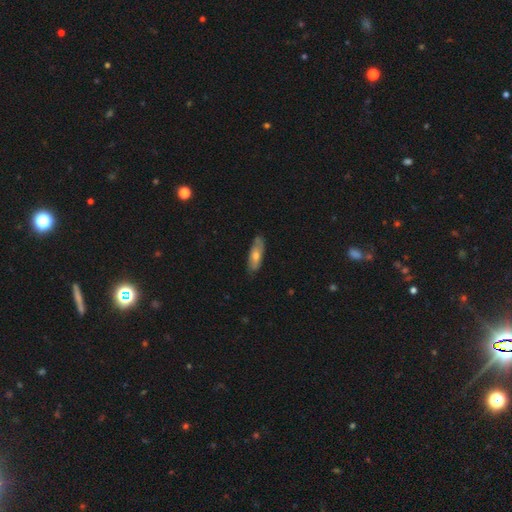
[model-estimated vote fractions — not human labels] Morphology: type=smooth (55%); roundness=in between (57%); merging=none (76%).